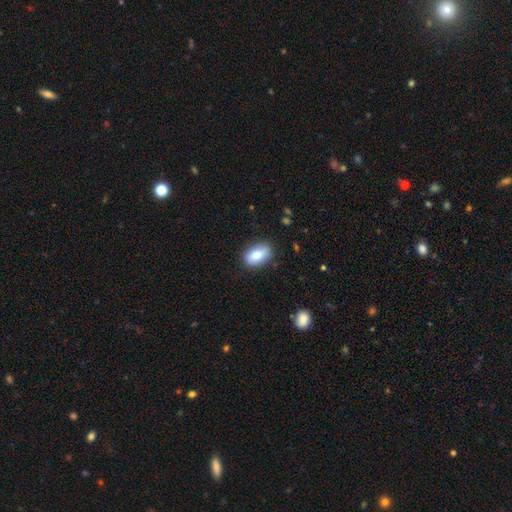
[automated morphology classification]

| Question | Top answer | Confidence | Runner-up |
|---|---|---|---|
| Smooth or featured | smooth | 80% | featured or disk (13%) |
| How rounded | in between | 89% | round (8%) |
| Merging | none | 83% | minor disturbance (13%) |